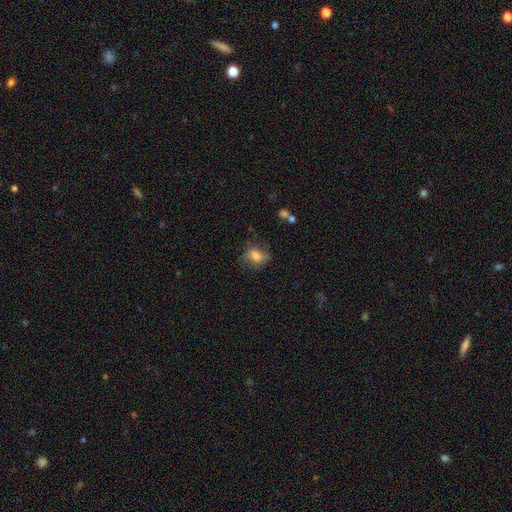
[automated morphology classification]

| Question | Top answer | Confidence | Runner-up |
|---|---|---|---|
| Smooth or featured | smooth | 68% | featured or disk (22%) |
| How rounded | in between | 64% | round (34%) |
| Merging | none | 59% | minor disturbance (26%) |